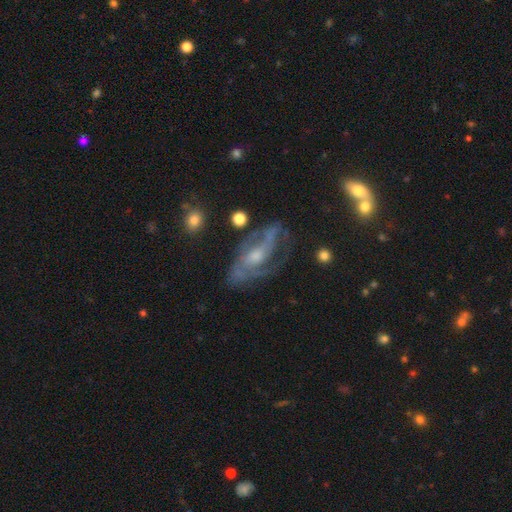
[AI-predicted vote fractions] Smooth or featured: featured or disk — 80% (smooth — 12%)
Edge-on disk: no — 91% (yes — 9%)
Bar: no — 47% (weak — 39%)
Spiral arms: yes — 86% (no — 14%)
Spiral winding: medium — 47% (tight — 32%)
Spiral arm count: 2 — 53% (can't tell — 24%)
Bulge size: moderate — 47% (small — 39%)
Merging: none — 56% (minor disturbance — 21%)